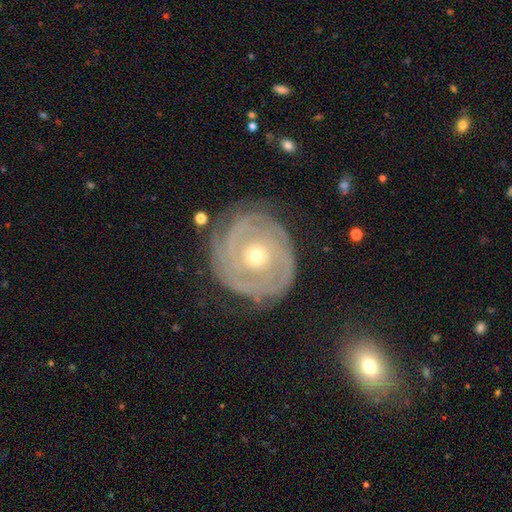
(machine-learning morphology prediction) This is clearly a featured or disk galaxy (86%). It is clearly not viewed edge-on (97%). Bar: clearly no (84%). Spiral arm pattern: clearly yes (94%). Spiral arm count: marginally 2 (30%). Spiral winding: clearly tight (84%). Central bulge: likely small (72%). Merging: likely none (76%).